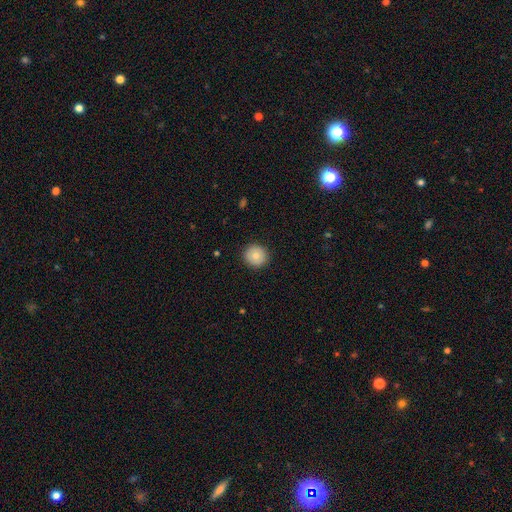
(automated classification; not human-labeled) Morphology: type=smooth (76%); roundness=round (93%); merging=none (91%).